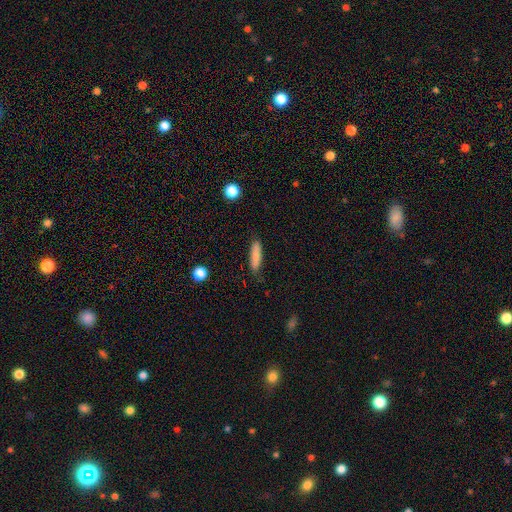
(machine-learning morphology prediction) smooth 83%, featured or disk 10%, star or artifact 7%. Down the decision tree: how rounded — cigar-shaped (72%); merging — none (80%).